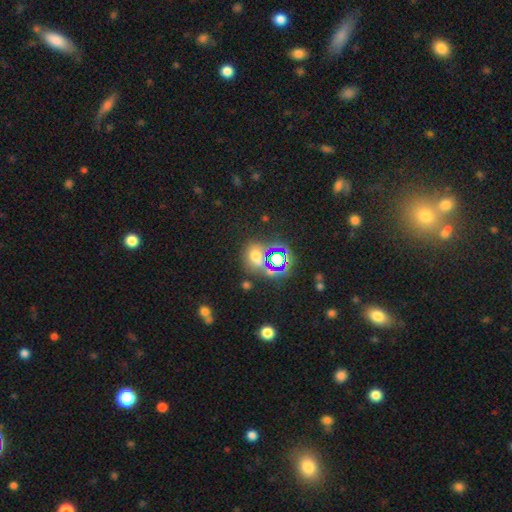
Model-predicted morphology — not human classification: smooth-or-featured: smooth: 51% | star or artifact: 38% | featured or disk: 12%
  how-rounded: round: 57% | in between: 42% | cigar-shaped: 2%
  merging: none: 54% | merger: 25% | minor disturbance: 13% | major disturbance: 8%